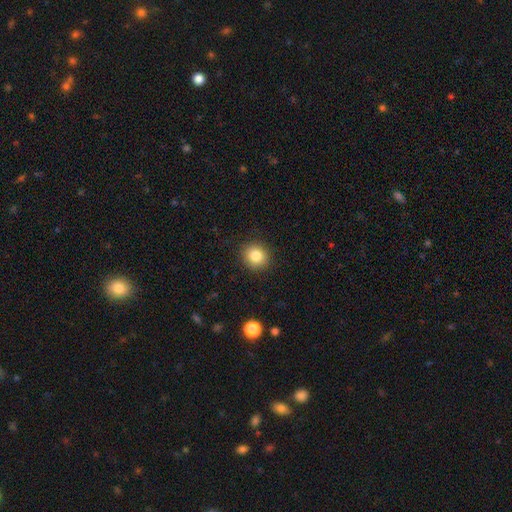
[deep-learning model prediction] Smooth or featured? Predicted: smooth (p=0.83). How rounded? Predicted: round (p=0.88). Merging? Predicted: none (p=0.90).